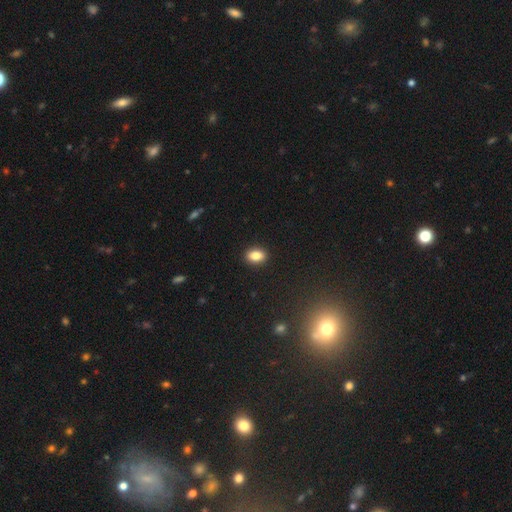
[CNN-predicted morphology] Q: Smooth or featured?
A: smooth (84%); runner-up: star or artifact (9%)
Q: How rounded?
A: in between (79%); runner-up: round (19%)
Q: Merging?
A: none (91%); runner-up: minor disturbance (7%)